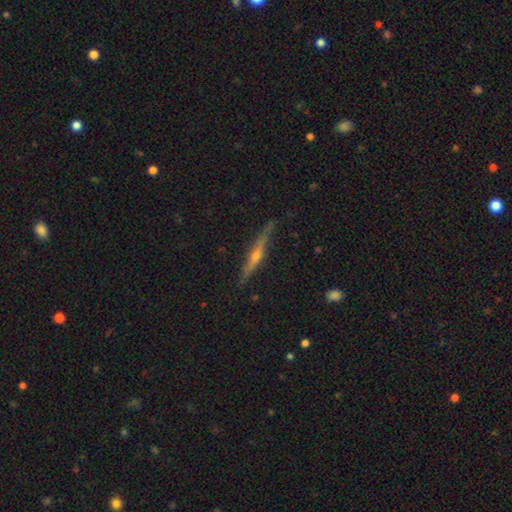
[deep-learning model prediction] Q: Smooth or featured?
A: featured or disk (77%); runner-up: smooth (16%)
Q: Edge-on disk?
A: yes (98%); runner-up: no (2%)
Q: Edge-on bulge?
A: rounded (88%); runner-up: none (8%)
Q: Merging?
A: none (86%); runner-up: minor disturbance (11%)